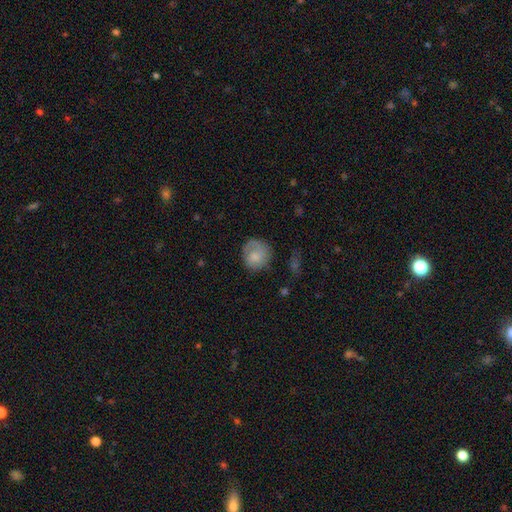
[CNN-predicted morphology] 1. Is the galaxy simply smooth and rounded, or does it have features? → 66% smooth, 26% featured or disk, 7% star or artifact.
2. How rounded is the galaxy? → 85% round, 14% in between, 1% cigar-shaped.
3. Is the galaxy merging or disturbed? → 66% none, 22% minor disturbance, 10% major disturbance, 2% merger.